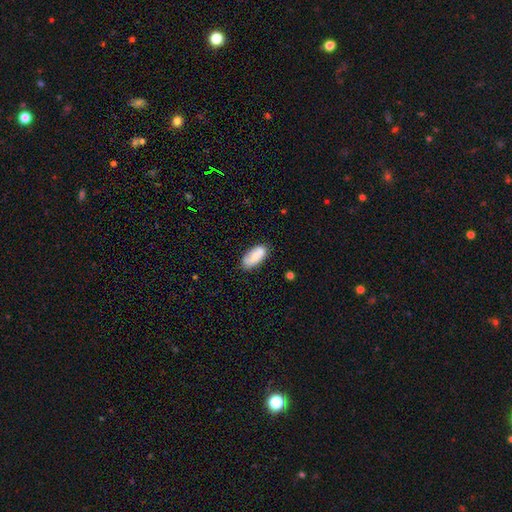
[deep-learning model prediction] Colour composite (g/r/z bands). It shows a smooth galaxy with no disk features (77%) that is in between round and cigar-shaped (87%). Merging: none (74%).